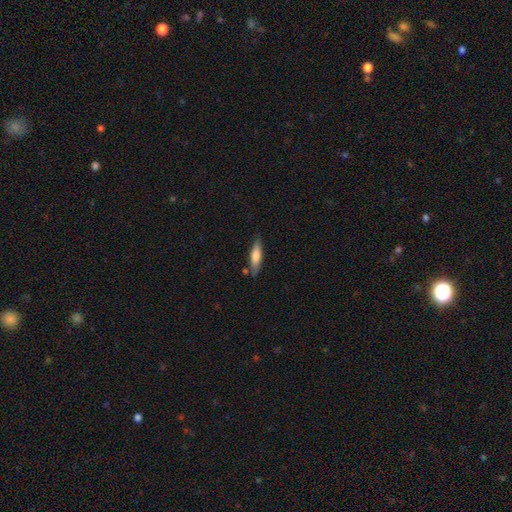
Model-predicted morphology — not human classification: This appears to be a smooth galaxy with no disk features (63%) that is cigar-shaped (74%). Merging: none (78%).